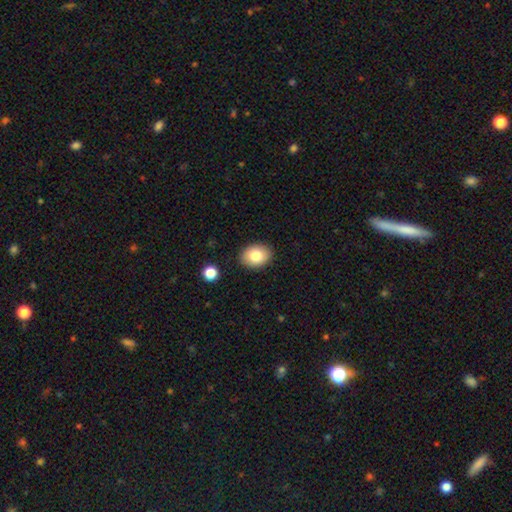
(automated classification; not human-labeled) Smooth or featured? smooth (81%)
How rounded? in between (70%)
Merging? none (88%)